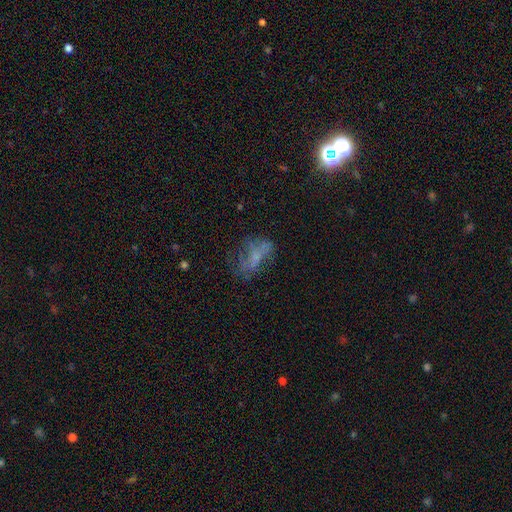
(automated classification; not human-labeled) Smooth or featured?
  - featured or disk: 45% *
  - smooth: 36%
  - star or artifact: 19%
Merging?
  - none: 44% *
  - major disturbance: 29%
  - minor disturbance: 21%
  - merger: 6%